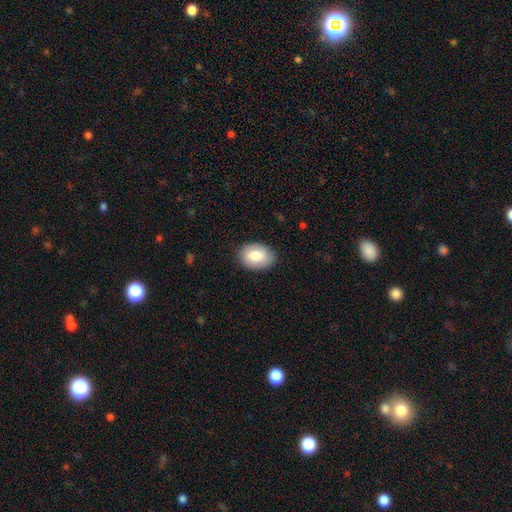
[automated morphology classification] Q: Smooth or featured?
A: smooth (80%); runner-up: featured or disk (14%)
Q: How rounded?
A: in between (81%); runner-up: round (18%)
Q: Merging?
A: none (85%); runner-up: minor disturbance (11%)